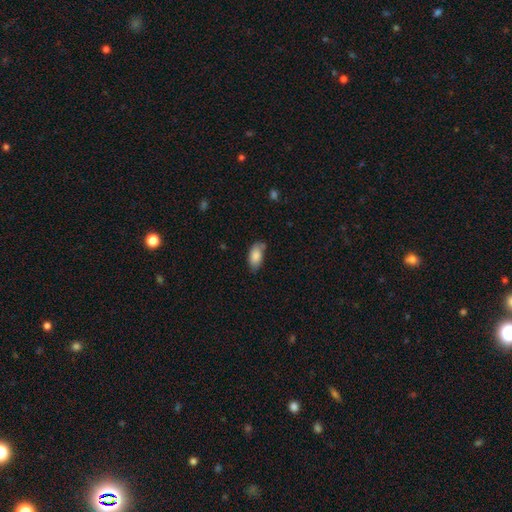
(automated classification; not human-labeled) A smooth galaxy with no disk features (85%) that is in between round and cigar-shaped (92%).

Vote fractions:
- Smooth or featured? smooth: 85% / featured or disk: 8% / star or artifact: 7%
- How rounded? in between: 92% / cigar-shaped: 4% / round: 3%
- Merging? none: 65% / minor disturbance: 26% / major disturbance: 5% / merger: 4%